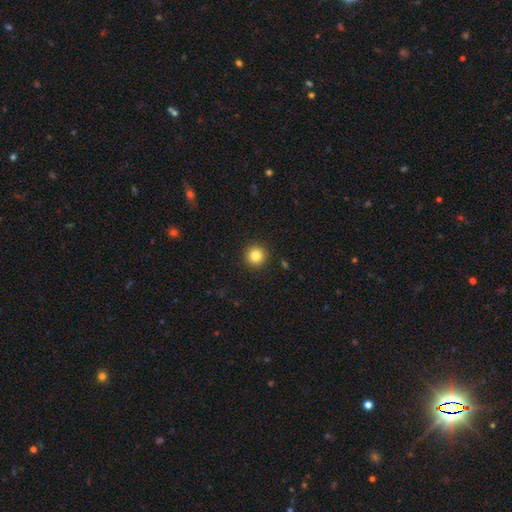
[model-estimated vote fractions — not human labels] Smooth or featured: smooth — 82% (star or artifact — 11%)
How rounded: round — 96% (in between — 3%)
Merging: none — 93% (minor disturbance — 5%)